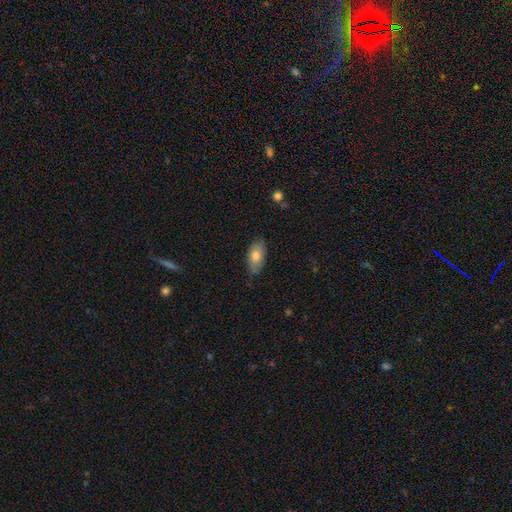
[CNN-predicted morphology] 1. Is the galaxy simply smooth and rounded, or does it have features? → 77% smooth, 16% featured or disk, 7% star or artifact.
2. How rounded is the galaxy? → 90% in between, 6% cigar-shaped, 4% round.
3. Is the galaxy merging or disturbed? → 74% none, 21% minor disturbance, 3% major disturbance, 1% merger.